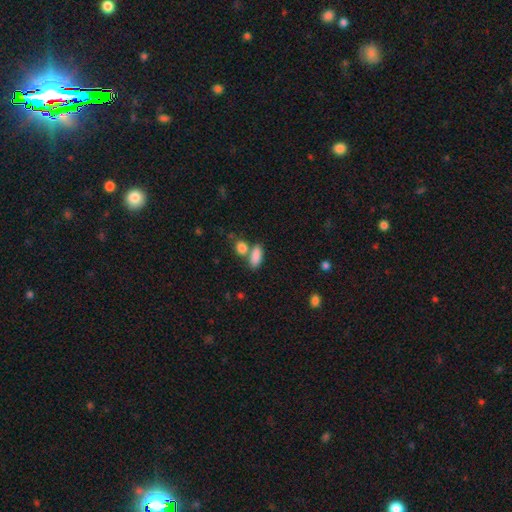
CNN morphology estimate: Smooth or featured? Predicted: smooth (p=0.86). How rounded? Predicted: in between (p=0.82). Merging? Predicted: none (p=0.52).